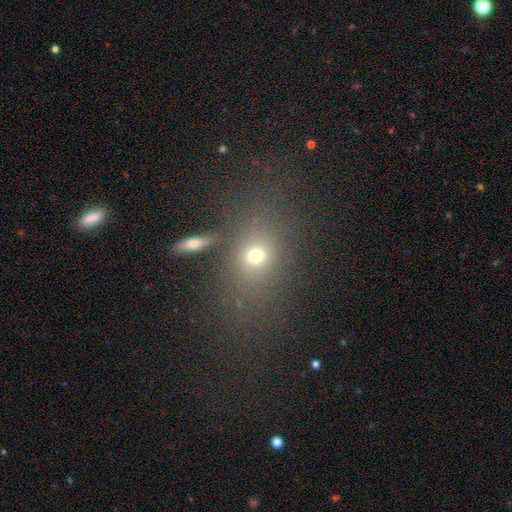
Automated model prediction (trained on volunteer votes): Overall: smooth (68%). How rounded: in between (51%; round 46%). Merging: none (72%).